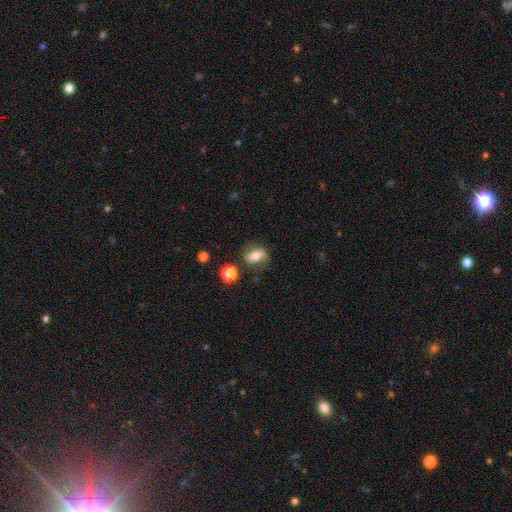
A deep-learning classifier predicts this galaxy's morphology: This appears to be a smooth galaxy with no disk features (57%) that is in between round and cigar-shaped (75%). Merging: none (69%).